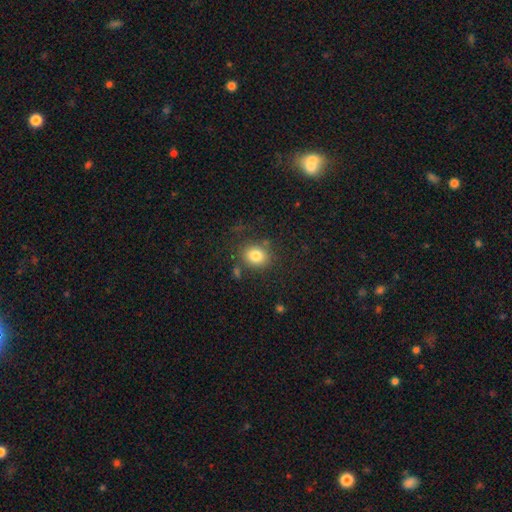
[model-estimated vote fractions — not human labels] This is clearly a smooth galaxy (81%). How rounded: likely round (62%). Merging: likely none (79%).